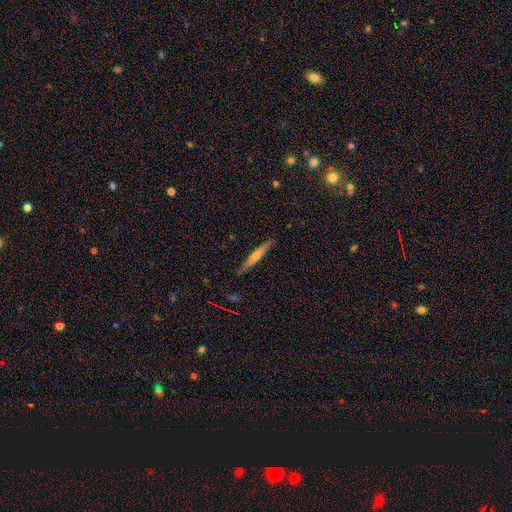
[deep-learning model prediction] A featured or disk galaxy (52%) viewed edge-on (95%). Merging: none (88%).